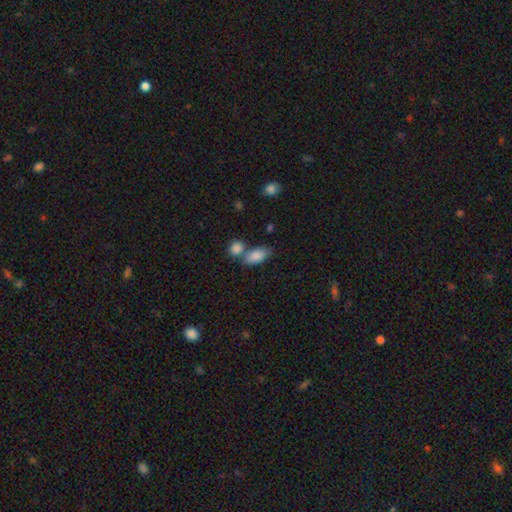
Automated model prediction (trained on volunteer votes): A smooth galaxy with no disk features (86%) that is in between round and cigar-shaped (88%).

Vote fractions:
- Smooth or featured? smooth: 86% / featured or disk: 7% / star or artifact: 7%
- How rounded? in between: 88% / round: 6% / cigar-shaped: 5%
- Merging? none: 47% / merger: 37% / minor disturbance: 12% / major disturbance: 4%